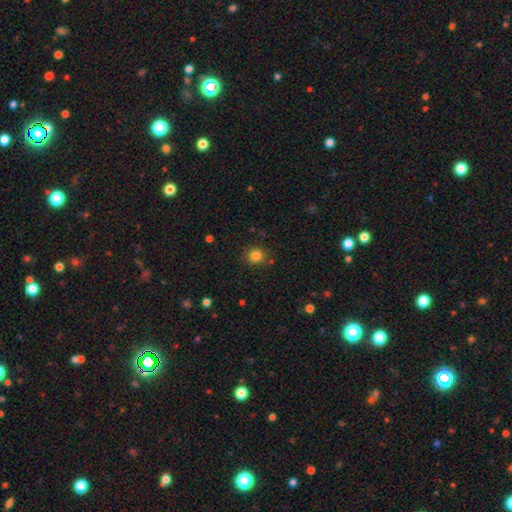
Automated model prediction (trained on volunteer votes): Smooth or featured?
  - smooth: 83% *
  - star or artifact: 12%
  - featured or disk: 5%
How rounded?
  - round: 90% *
  - in between: 9%
  - cigar-shaped: 1%
Merging?
  - none: 85% *
  - minor disturbance: 10%
  - major disturbance: 3%
  - merger: 2%